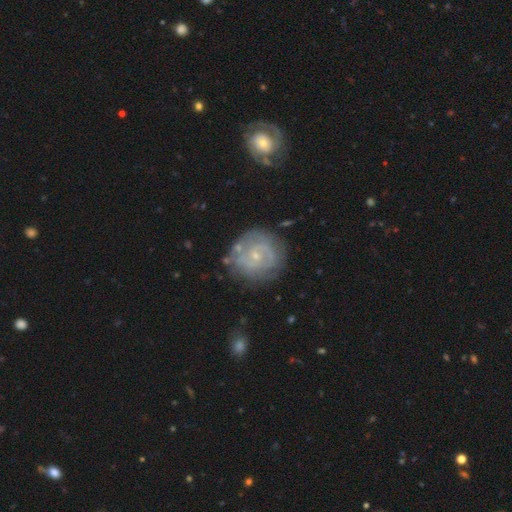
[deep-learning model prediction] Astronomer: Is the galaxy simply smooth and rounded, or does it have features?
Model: featured or disk — 72%.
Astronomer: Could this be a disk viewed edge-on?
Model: no — 98%.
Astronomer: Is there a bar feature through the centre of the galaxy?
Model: no — 69%.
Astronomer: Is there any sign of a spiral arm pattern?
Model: yes — 80%.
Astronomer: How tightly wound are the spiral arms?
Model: tight — 63%.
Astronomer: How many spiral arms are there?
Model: can't tell — 41% (runner-up: 2, 35%).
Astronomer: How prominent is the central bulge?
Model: small — 79%.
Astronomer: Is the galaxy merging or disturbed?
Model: none — 72%.